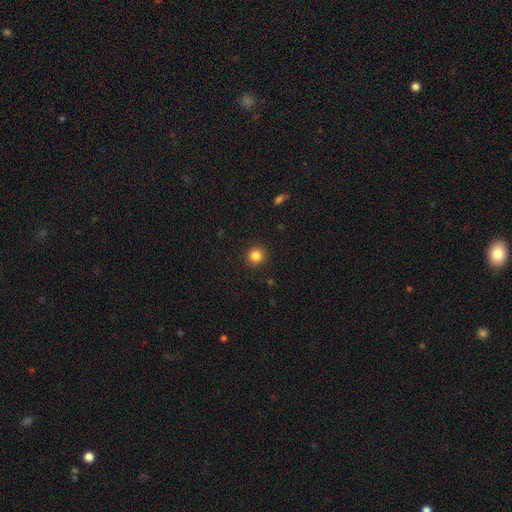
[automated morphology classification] Smooth or featured? Predicted: smooth (p=0.85). How rounded? Predicted: round (p=0.94). Merging? Predicted: none (p=0.92).